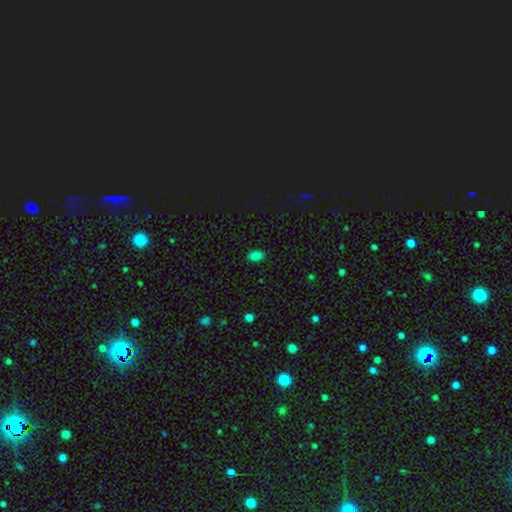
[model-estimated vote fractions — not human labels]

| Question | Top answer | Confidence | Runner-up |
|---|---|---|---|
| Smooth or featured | smooth | 82% | star or artifact (14%) |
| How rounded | in between | 88% | round (10%) |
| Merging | none | 87% | minor disturbance (10%) |